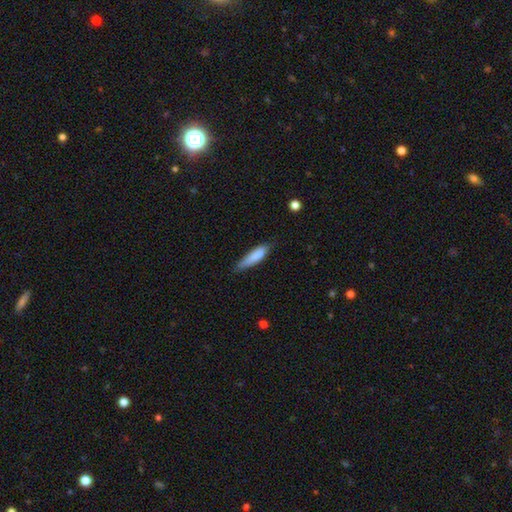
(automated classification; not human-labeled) Morphology: type=smooth (82%); roundness=cigar-shaped (68%); merging=none (57%).